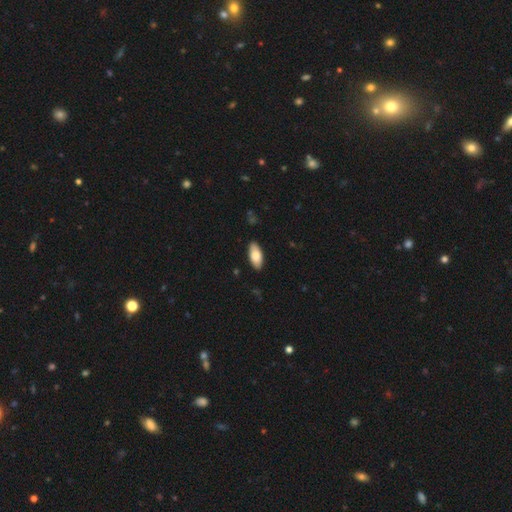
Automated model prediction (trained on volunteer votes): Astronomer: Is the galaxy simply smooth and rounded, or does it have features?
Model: smooth — 80%.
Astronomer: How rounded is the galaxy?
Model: in between — 89%.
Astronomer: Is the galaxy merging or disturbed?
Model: none — 88%.